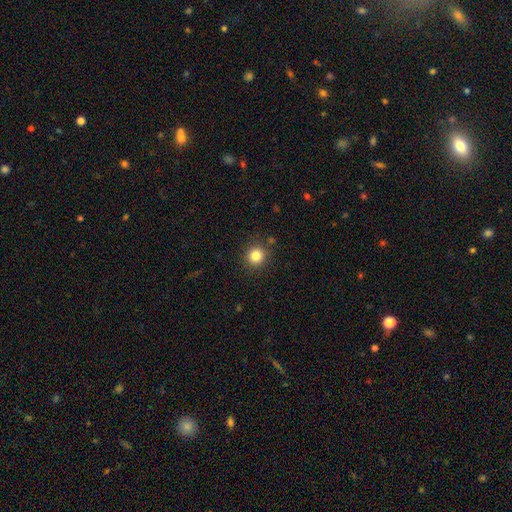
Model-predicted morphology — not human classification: The model was most divided on "smooth or featured": smooth: 83%, star or artifact: 12%, featured or disk: 5%. More confident: how rounded — round (92%); merging — none (88%).